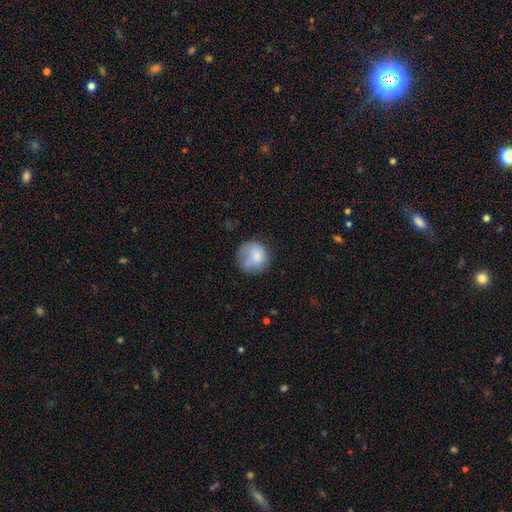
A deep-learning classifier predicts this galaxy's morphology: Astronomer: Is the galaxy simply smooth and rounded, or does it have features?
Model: smooth — 72%.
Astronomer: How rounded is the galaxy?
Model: round — 85%.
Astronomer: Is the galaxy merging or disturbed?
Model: none — 54%.